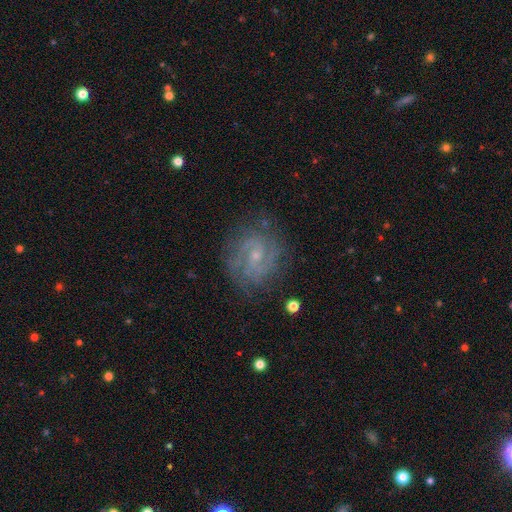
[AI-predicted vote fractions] This is clearly a featured or disk galaxy (81%). It is clearly not viewed edge-on (98%). Bar: possibly weak (48%). Spiral arm pattern: clearly yes (95%). Spiral arm count: possibly 2 (56%). Spiral winding: possibly tight (47%). Central bulge: likely small (70%). Merging: likely none (79%).